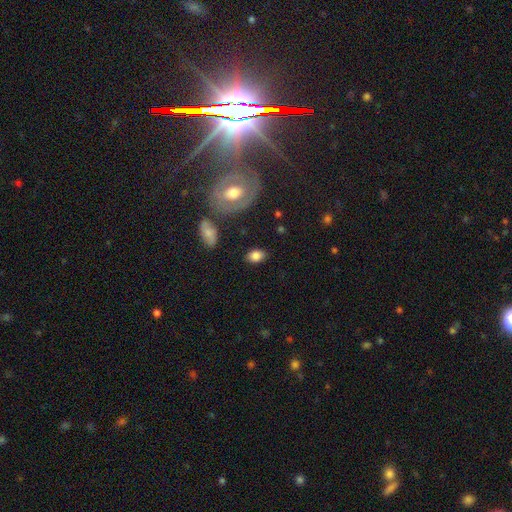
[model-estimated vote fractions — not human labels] This is clearly a smooth galaxy (80%). How rounded: clearly in between (81%). Merging: clearly none (81%).